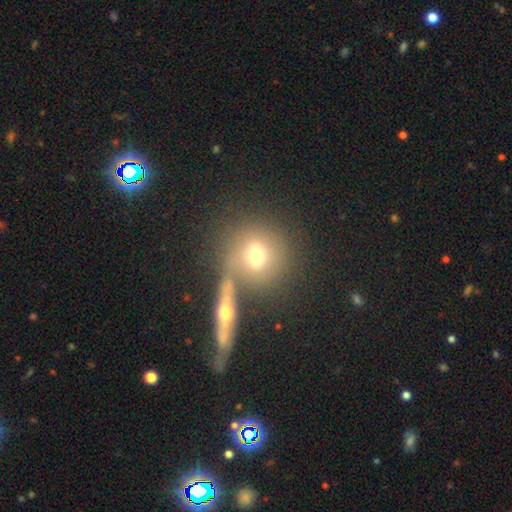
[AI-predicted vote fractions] Morphology: type=smooth (66%); roundness=round (83%); merging=none (56%).